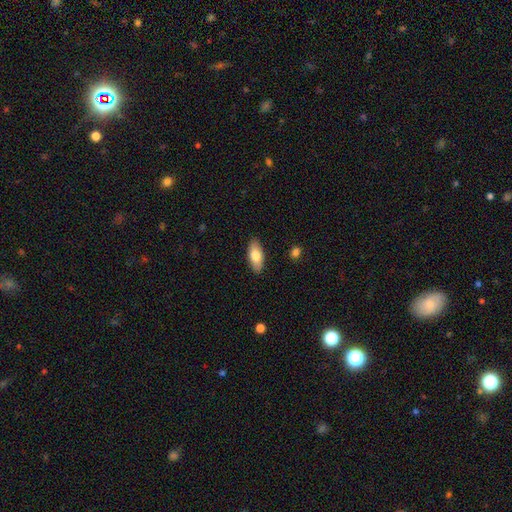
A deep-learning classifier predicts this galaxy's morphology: Smooth or featured? smooth (77%)
How rounded? in between (86%)
Merging? none (88%)